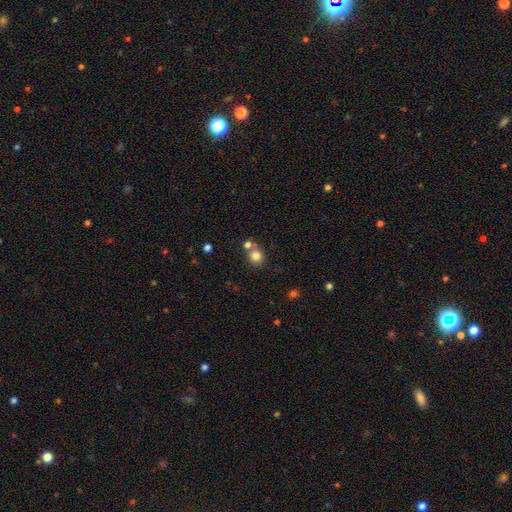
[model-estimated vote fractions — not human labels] Smooth or featured? smooth (81%)
How rounded? round (83%)
Merging? none (59%)